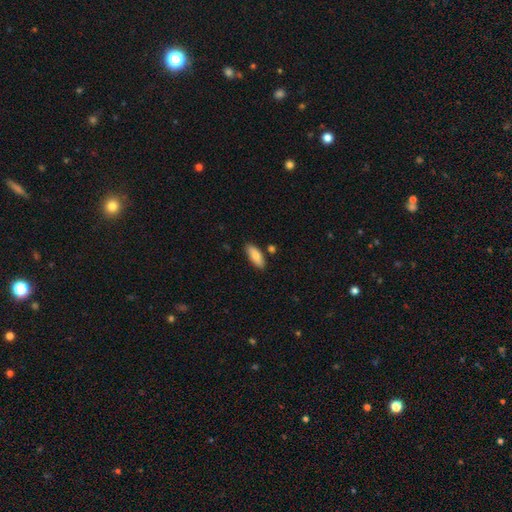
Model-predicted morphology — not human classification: A smooth galaxy with no disk features (85%) that is in between round and cigar-shaped (79%). Merging: none (83%).